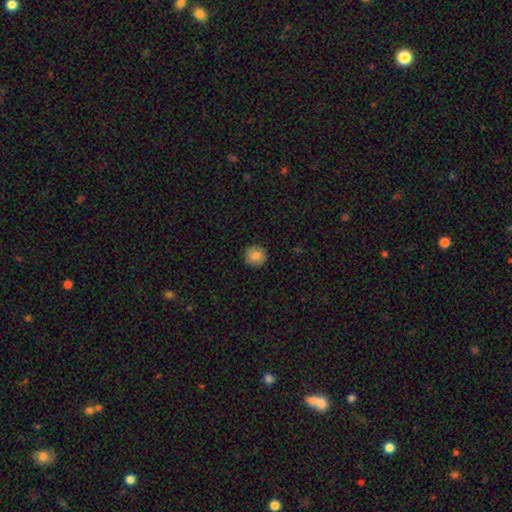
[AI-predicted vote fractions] Morphology: type=smooth (81%); roundness=round (93%); merging=none (90%).